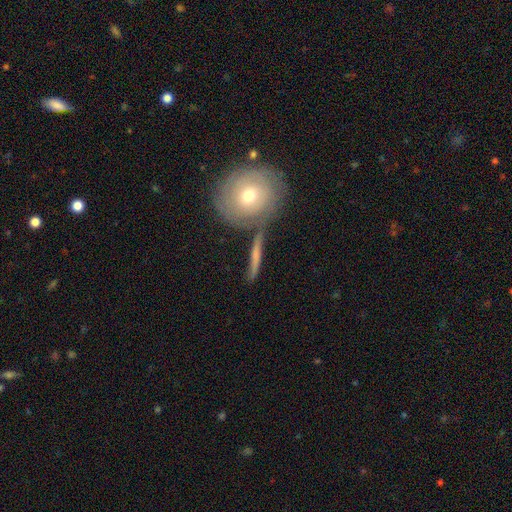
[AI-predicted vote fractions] This is possibly a smooth galaxy (49%). Merging: likely none (73%).